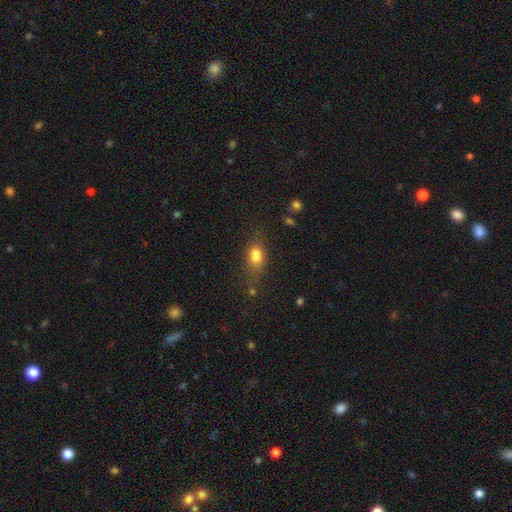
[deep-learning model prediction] Smooth or featured? smooth (73%)
How rounded? in between (71%)
Merging? none (42%)